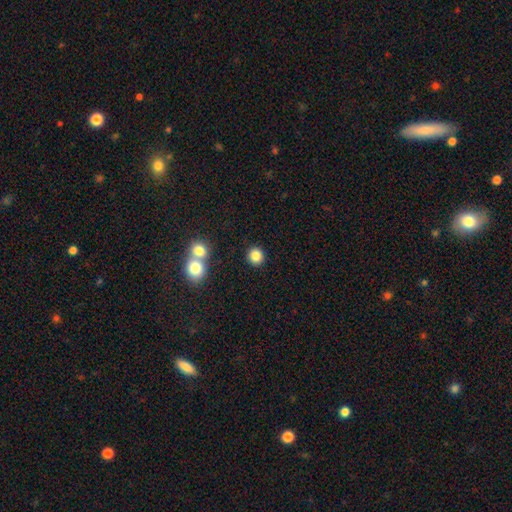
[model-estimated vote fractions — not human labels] Smooth or featured? smooth (84%)
How rounded? round (90%)
Merging? none (86%)